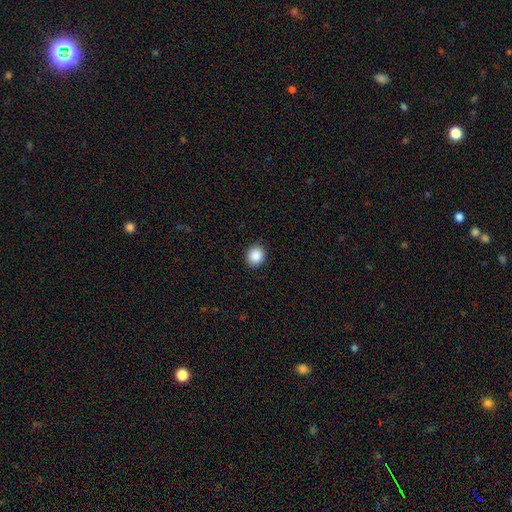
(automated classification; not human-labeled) The model was most divided on "how rounded": round: 73%, in between: 26%, cigar-shaped: 1%. More confident: merging — none (90%); smooth or featured — smooth (88%).